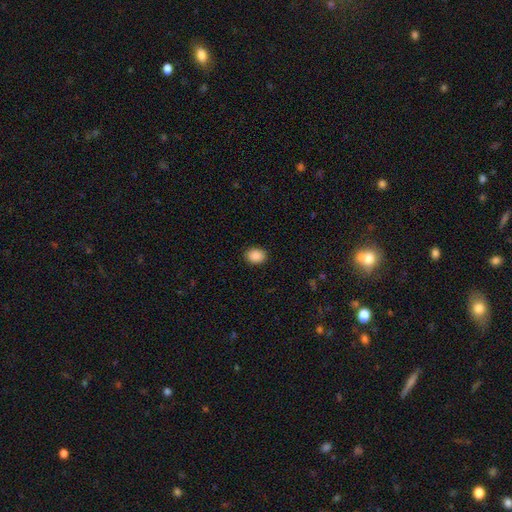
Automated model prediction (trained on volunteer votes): A smooth galaxy with no disk features (89%) that is in between round and cigar-shaped (57%).

Vote fractions:
- Smooth or featured? smooth: 89% / star or artifact: 8% / featured or disk: 3%
- How rounded? in between: 57% / round: 43% / cigar-shaped: 1%
- Merging? none: 90% / minor disturbance: 7% / major disturbance: 2% / merger: 1%